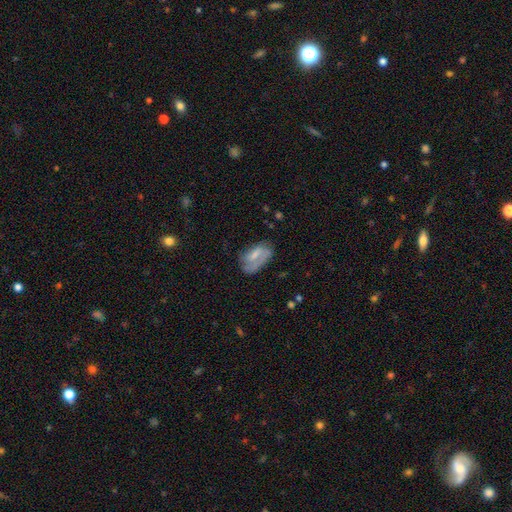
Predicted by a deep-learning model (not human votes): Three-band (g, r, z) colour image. It shows a smooth galaxy with no disk features (51%) that is in between round and cigar-shaped (90%). Merging: none (44%).